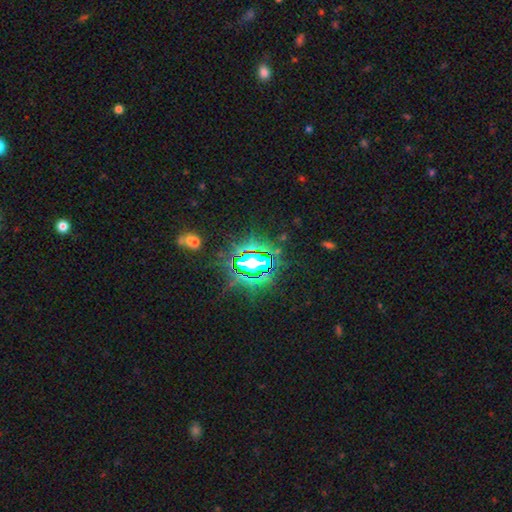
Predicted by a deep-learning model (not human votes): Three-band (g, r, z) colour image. It shows a star or artifact, not a galaxy (83%).